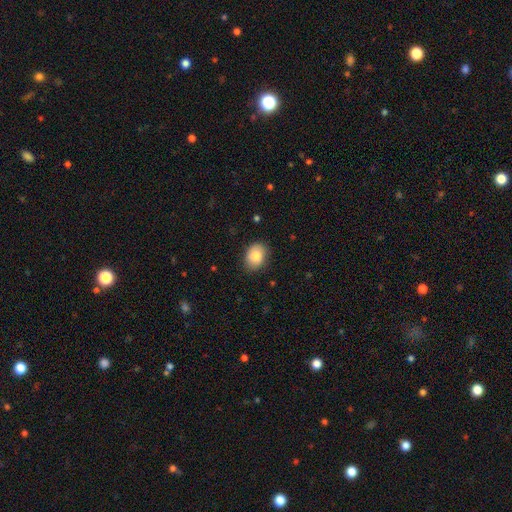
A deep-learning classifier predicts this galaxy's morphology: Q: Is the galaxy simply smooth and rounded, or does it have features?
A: smooth — 83%.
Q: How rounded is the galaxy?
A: in between — 64%.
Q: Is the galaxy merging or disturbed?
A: none — 83%.